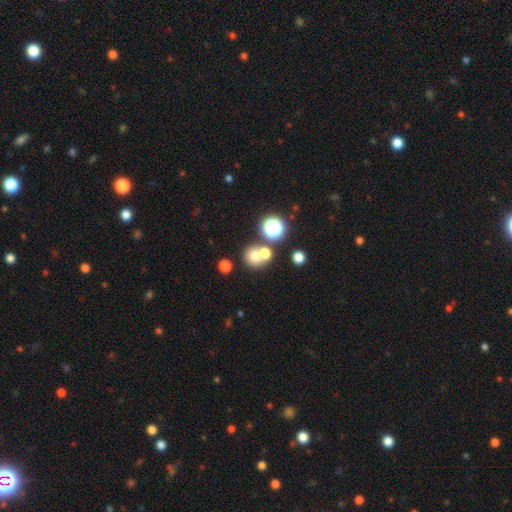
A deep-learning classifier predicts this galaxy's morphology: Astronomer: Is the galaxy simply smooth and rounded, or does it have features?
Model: smooth — 67%.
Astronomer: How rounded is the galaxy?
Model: round — 84%.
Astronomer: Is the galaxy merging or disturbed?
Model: none — 49% (runner-up: merger, 39%).